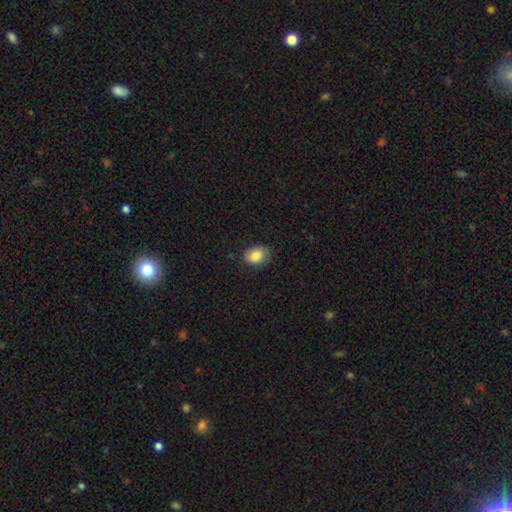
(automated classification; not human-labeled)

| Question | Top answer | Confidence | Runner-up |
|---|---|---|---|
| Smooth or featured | smooth | 85% | star or artifact (8%) |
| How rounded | in between | 71% | round (28%) |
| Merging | none | 79% | minor disturbance (17%) |